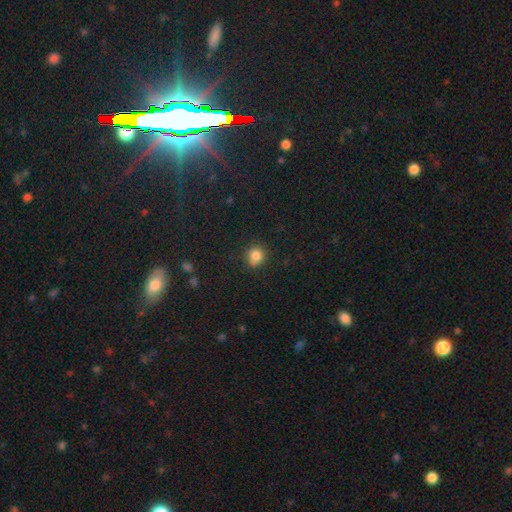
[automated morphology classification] smooth 83%, star or artifact 12%, featured or disk 6%. Down the decision tree: how rounded — round (84%); merging — none (78%).